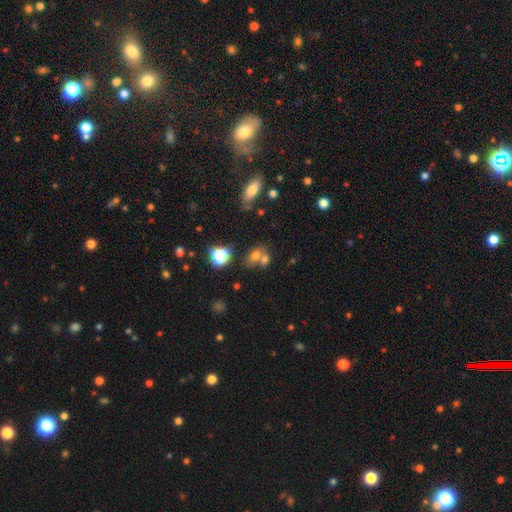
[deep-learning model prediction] smooth-or-featured: smooth: 68% | star or artifact: 17% | featured or disk: 15%
  how-rounded: in between: 64% | round: 33% | cigar-shaped: 3%
  merging: merger: 50% | none: 35% | minor disturbance: 10% | major disturbance: 5%